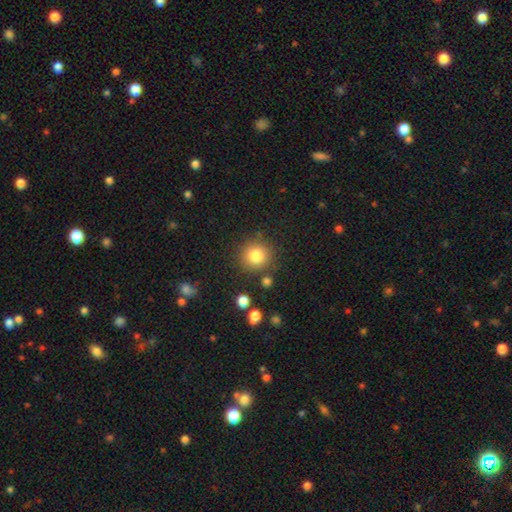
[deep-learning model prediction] This is clearly a smooth galaxy (83%). How rounded: clearly round (92%). Merging: clearly none (83%).